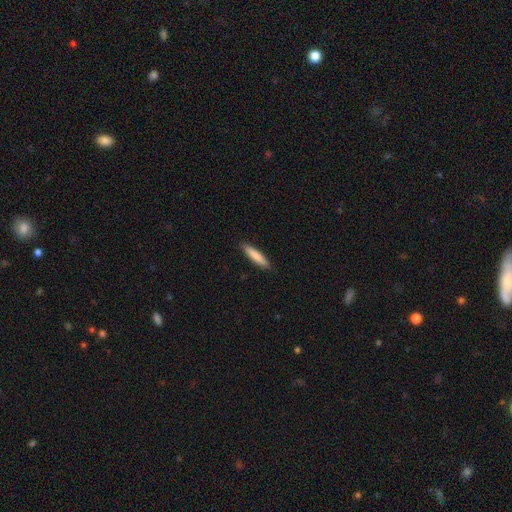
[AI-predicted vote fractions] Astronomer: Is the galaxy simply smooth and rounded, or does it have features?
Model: smooth — 80%.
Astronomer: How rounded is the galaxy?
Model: cigar-shaped — 86%.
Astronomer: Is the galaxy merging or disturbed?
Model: none — 90%.